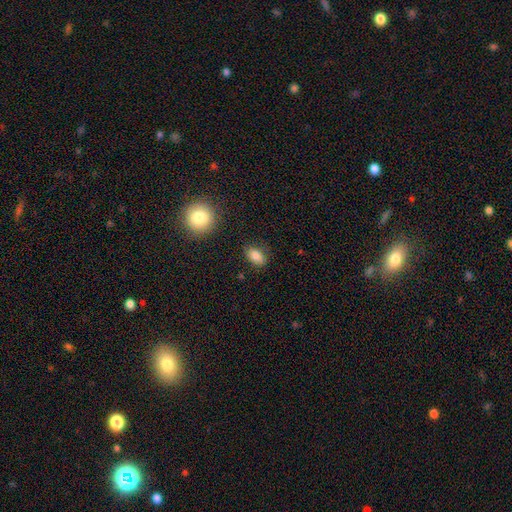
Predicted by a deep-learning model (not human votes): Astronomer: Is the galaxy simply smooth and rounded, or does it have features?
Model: smooth — 84%.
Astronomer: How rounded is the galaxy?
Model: in between — 88%.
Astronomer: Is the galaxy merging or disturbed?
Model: none — 83%.